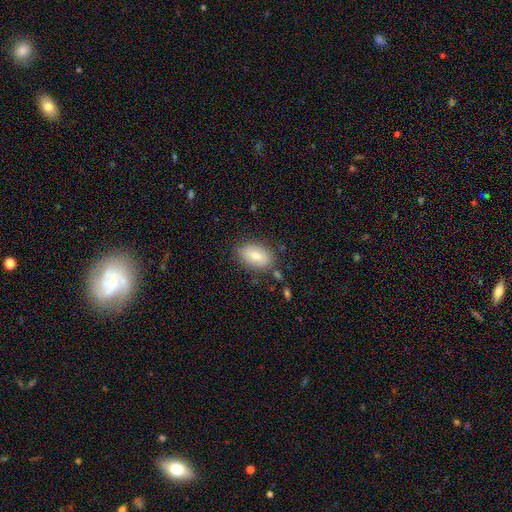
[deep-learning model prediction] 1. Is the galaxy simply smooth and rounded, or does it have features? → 78% smooth, 15% featured or disk, 7% star or artifact.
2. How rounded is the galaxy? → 90% in between, 7% round, 2% cigar-shaped.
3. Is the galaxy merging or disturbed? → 80% none, 14% minor disturbance, 3% major disturbance, 3% merger.